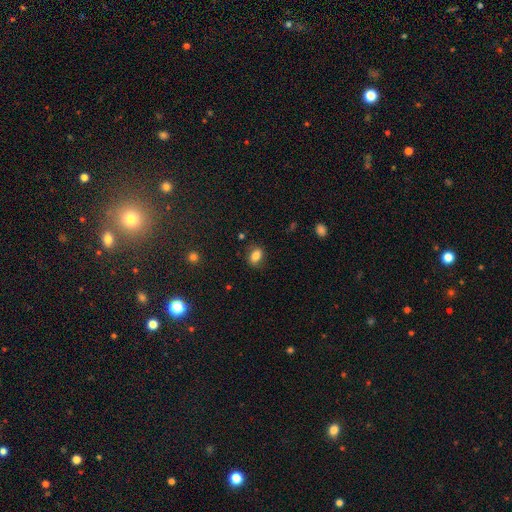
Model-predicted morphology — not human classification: Smooth or featured? Predicted: smooth (p=0.82). How rounded? Predicted: in between (p=0.76). Merging? Predicted: none (p=0.81).